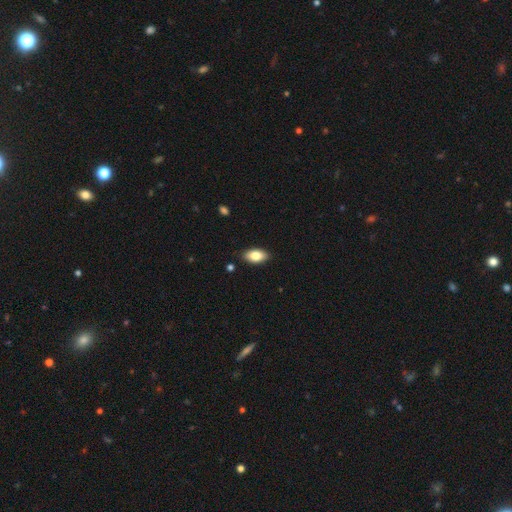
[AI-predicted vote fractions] Smooth or featured?
  - smooth: 82% *
  - featured or disk: 11%
  - star or artifact: 7%
How rounded?
  - in between: 92% *
  - cigar-shaped: 4%
  - round: 4%
Merging?
  - none: 88% *
  - minor disturbance: 9%
  - major disturbance: 2%
  - merger: 1%